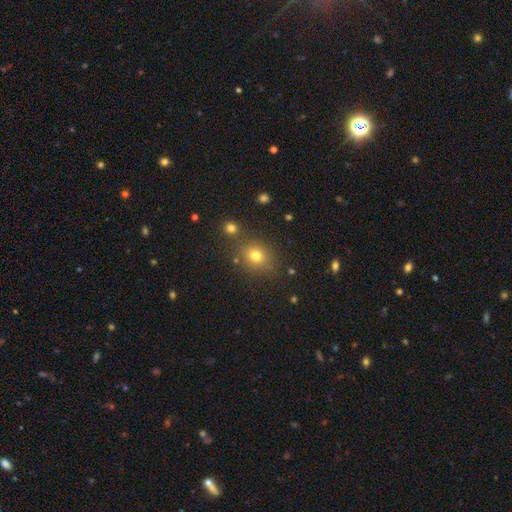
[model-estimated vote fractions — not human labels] Q: Smooth or featured?
A: smooth (74%); runner-up: star or artifact (17%)
Q: How rounded?
A: round (77%); runner-up: in between (22%)
Q: Merging?
A: none (79%); runner-up: minor disturbance (10%)